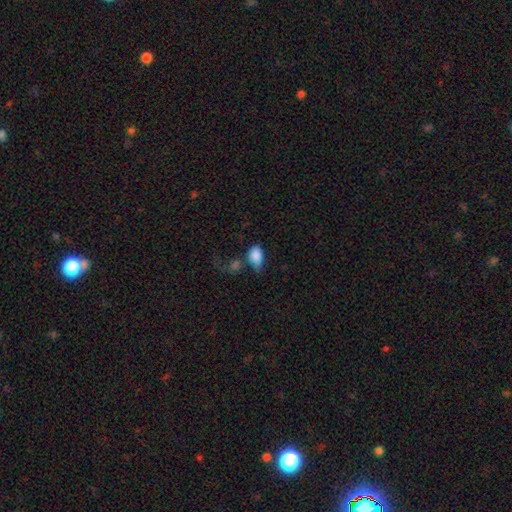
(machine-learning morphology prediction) smooth_or_featured: smooth (p=0.83) [alt: featured or disk p=0.09]
how_rounded: in between (p=0.87) [alt: round p=0.11]
merging: none (p=0.27) [tied with: merger p=0.27]